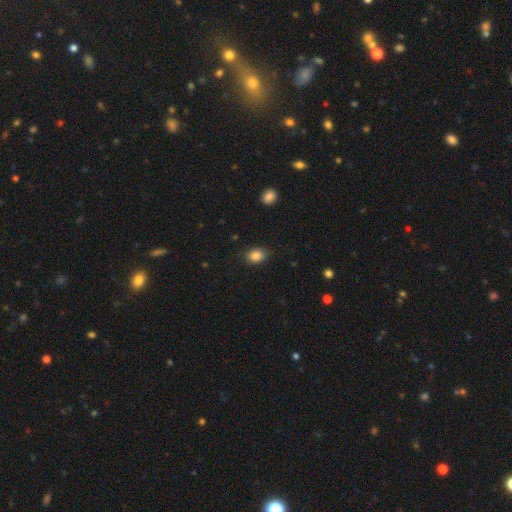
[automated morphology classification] Smooth or featured: smooth — 86% (star or artifact — 9%)
How rounded: in between — 66% (round — 33%)
Merging: none — 84% (minor disturbance — 12%)